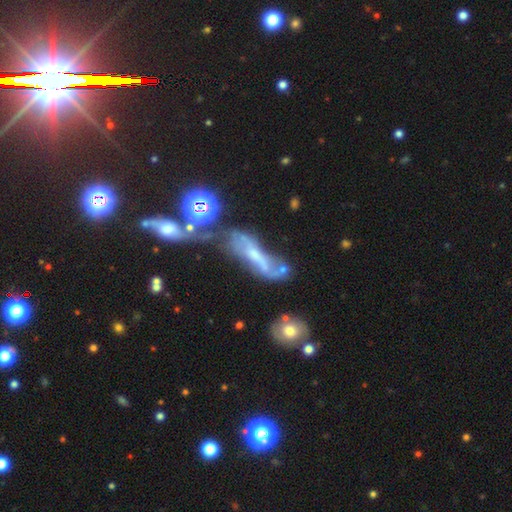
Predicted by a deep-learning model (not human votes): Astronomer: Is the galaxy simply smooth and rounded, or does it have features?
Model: featured or disk — 56%.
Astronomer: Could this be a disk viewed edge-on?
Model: no — 73%.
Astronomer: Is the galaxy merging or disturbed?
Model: merger — 35% (runner-up: major disturbance, 27%).